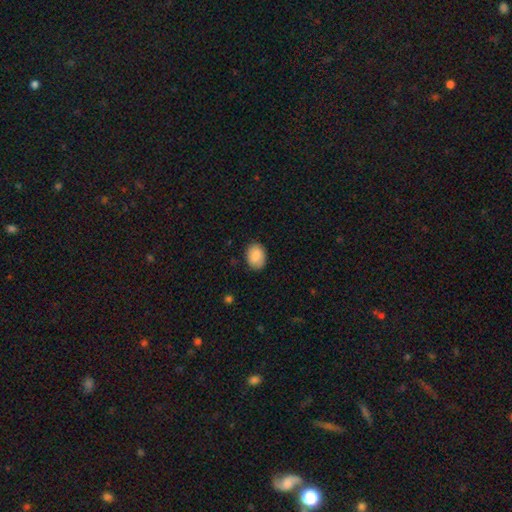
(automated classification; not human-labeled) The model was most divided on "how rounded": in between: 72%, round: 27%, cigar-shaped: 1%. More confident: smooth or featured — smooth (86%); merging — none (83%).